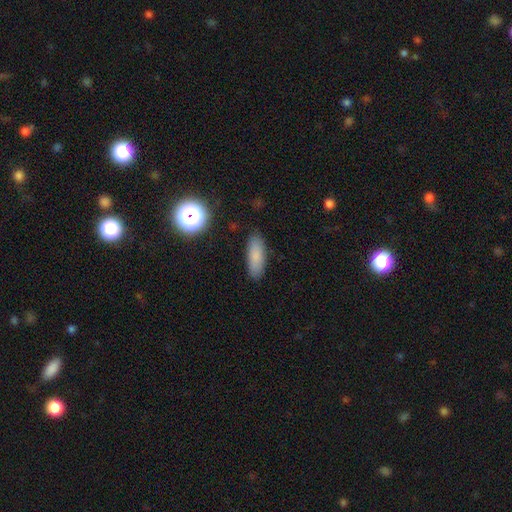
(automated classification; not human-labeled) A smooth galaxy with no disk features (82%) that is in between round and cigar-shaped (59%). Merging: none (87%).